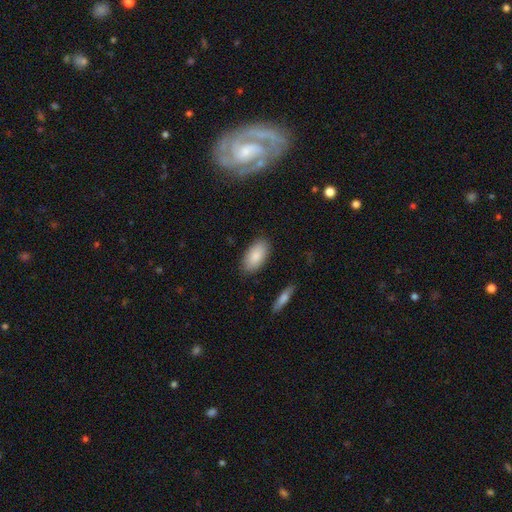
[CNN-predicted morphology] Overall: smooth (87%). How rounded: in between (94%). Merging: none (87%).